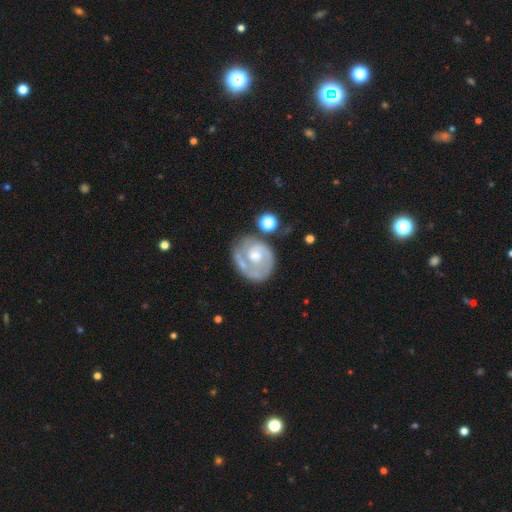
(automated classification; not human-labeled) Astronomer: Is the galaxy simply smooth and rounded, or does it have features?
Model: featured or disk — 69%.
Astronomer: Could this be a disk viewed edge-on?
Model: no — 98%.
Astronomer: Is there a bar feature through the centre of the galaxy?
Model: no — 75%.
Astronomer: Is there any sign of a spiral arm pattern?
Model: yes — 71%.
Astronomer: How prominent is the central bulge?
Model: moderate — 50% (runner-up: small, 28%).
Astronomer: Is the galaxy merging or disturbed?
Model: none — 54%.